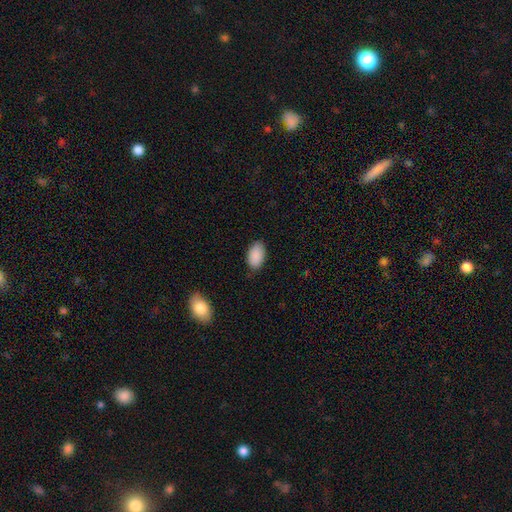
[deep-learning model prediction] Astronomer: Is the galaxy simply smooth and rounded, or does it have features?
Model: smooth — 90%.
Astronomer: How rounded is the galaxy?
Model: in between — 94%.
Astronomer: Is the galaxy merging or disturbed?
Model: none — 84%.